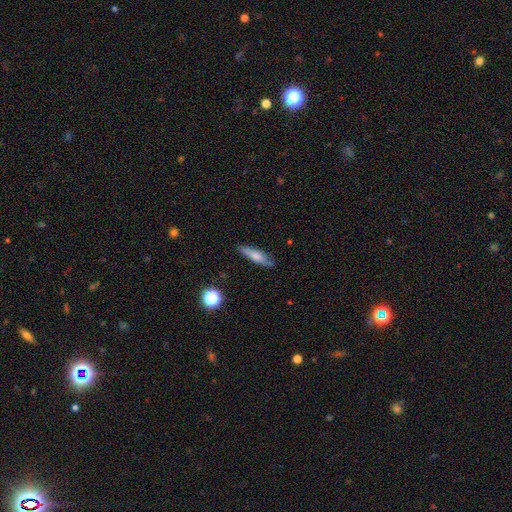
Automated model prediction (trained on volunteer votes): Smooth or featured: smooth — 65% (featured or disk — 27%)
How rounded: cigar-shaped — 73% (in between — 24%)
Merging: none — 81% (minor disturbance — 14%)